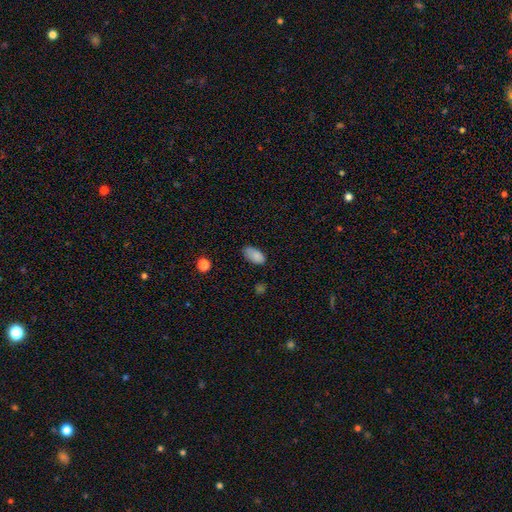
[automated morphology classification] A smooth galaxy with no disk features (85%) that is in between round and cigar-shaped (93%). Merging: none (71%).